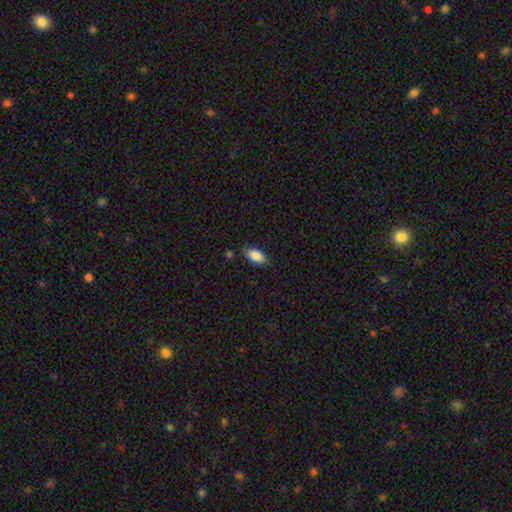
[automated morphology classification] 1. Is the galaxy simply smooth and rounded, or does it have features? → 86% smooth, 7% star or artifact, 7% featured or disk.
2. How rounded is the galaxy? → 92% in between, 4% cigar-shaped, 4% round.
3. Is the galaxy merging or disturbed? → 79% none, 16% minor disturbance, 3% major disturbance, 2% merger.